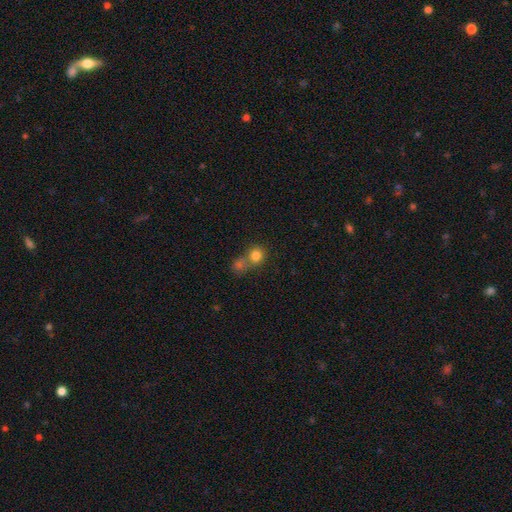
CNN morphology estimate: type=smooth (79%); roundness=round (83%); merging=merger (50%).